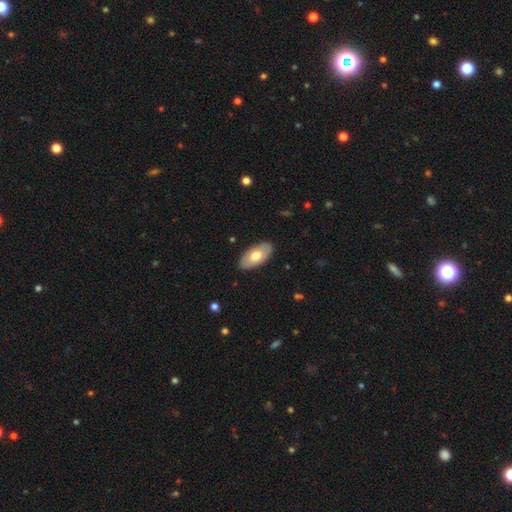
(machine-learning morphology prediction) This is likely a smooth galaxy (62%). How rounded: clearly in between (94%). Merging: clearly none (88%).